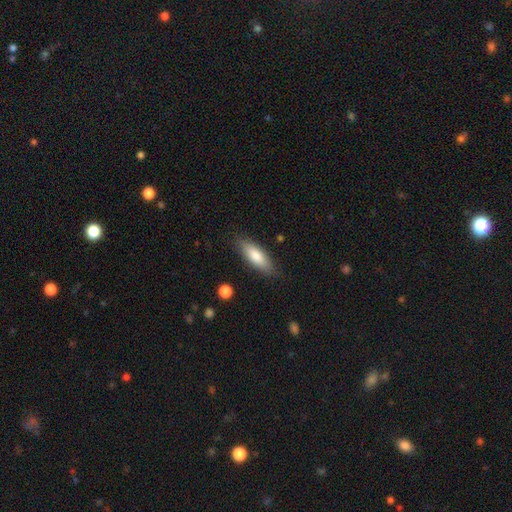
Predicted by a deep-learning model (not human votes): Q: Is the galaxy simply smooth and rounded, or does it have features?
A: smooth — 78%.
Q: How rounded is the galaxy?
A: in between — 55%.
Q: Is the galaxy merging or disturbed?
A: none — 84%.